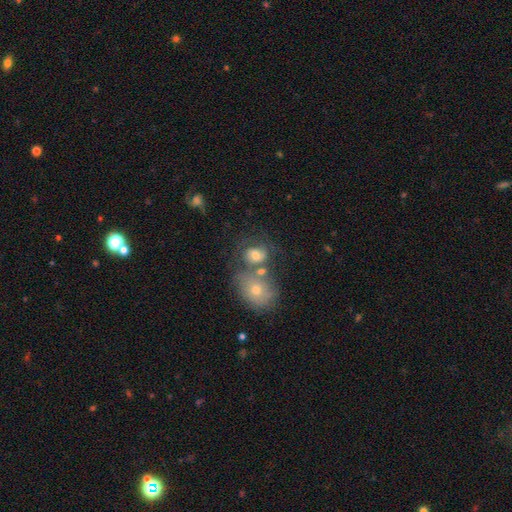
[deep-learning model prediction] smooth 57%, featured or disk 31%, star or artifact 12%. Down the decision tree: how rounded — round (50%); merging — merger (42%).